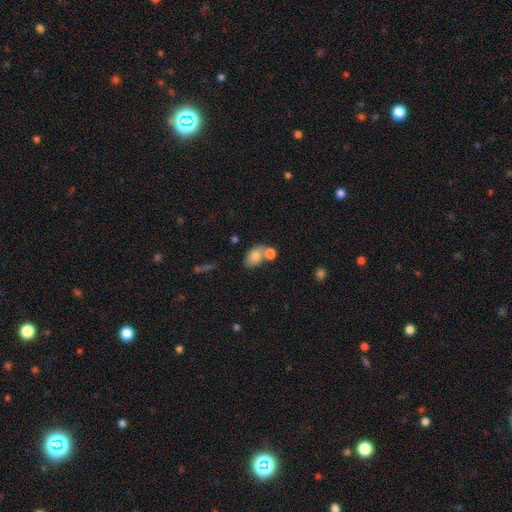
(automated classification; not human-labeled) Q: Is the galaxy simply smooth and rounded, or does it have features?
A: smooth — 76%.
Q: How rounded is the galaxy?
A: in between — 76%.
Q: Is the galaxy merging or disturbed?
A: merger — 42%.